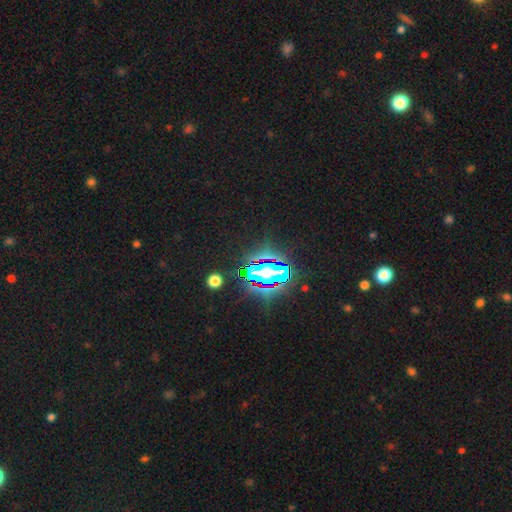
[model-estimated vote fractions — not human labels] The model was most divided on "smooth or featured": star or artifact: 85%, smooth: 9%, featured or disk: 6%.